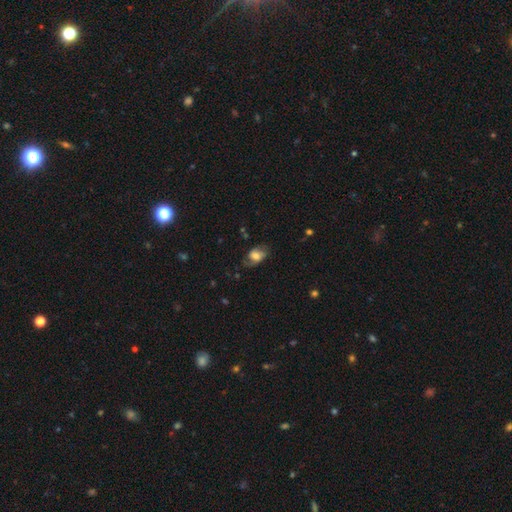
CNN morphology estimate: smooth-or-featured: smooth: 50% | featured or disk: 41% | star or artifact: 9%
  how-rounded: in between: 83% | round: 15% | cigar-shaped: 2%
  merging: none: 62% | minor disturbance: 24% | major disturbance: 12% | merger: 2%